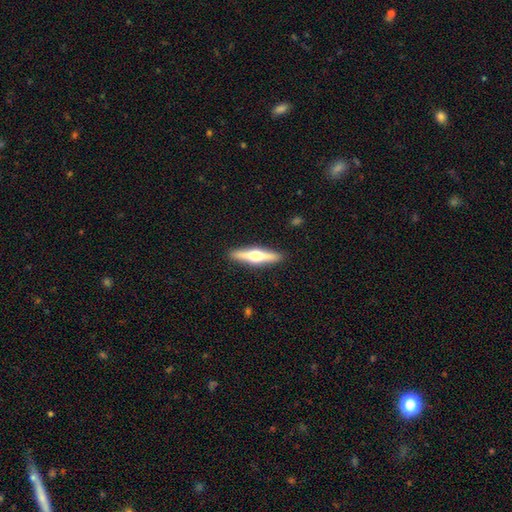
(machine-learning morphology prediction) type=featured or disk (67%); edge-on=yes (97%); edge-on bulge=rounded (96%); merging=none (91%).